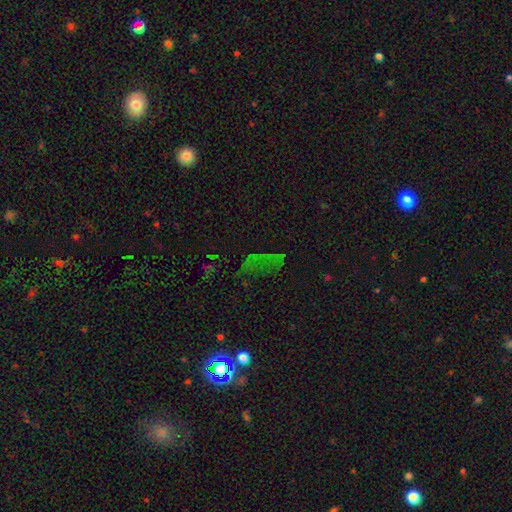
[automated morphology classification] This is likely a star or artifact rather than a galaxy (62%).